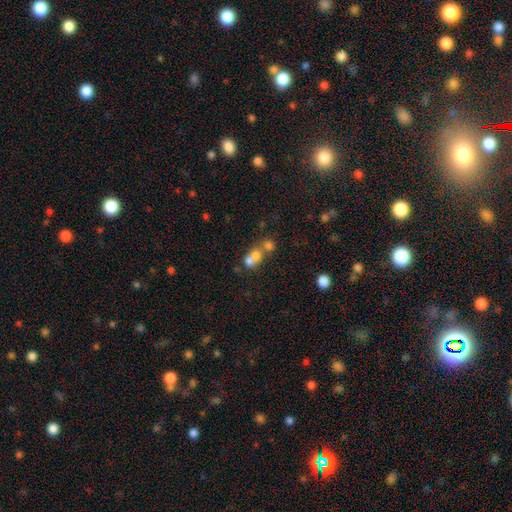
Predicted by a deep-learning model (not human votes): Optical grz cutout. It shows a smooth galaxy with no disk features (65%) that is round (72%). Merging: merger (67%).